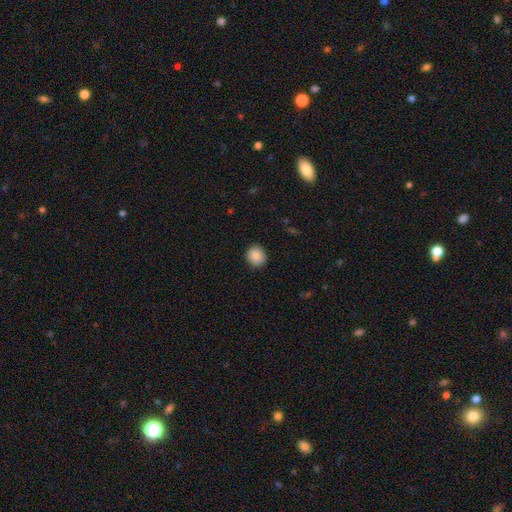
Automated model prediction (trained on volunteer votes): Overall: smooth (88%). How rounded: round (80%). Merging: none (90%).